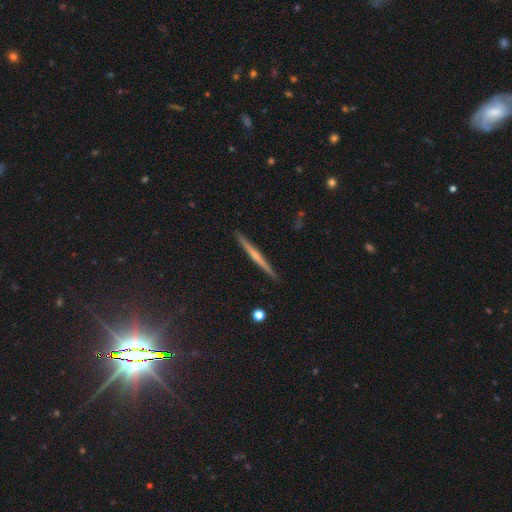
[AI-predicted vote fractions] Q: Smooth or featured?
A: featured or disk (63%); runner-up: smooth (29%)
Q: Edge-on disk?
A: yes (98%); runner-up: no (2%)
Q: Edge-on bulge?
A: none (50%); runner-up: rounded (44%)
Q: Merging?
A: none (92%); runner-up: minor disturbance (6%)